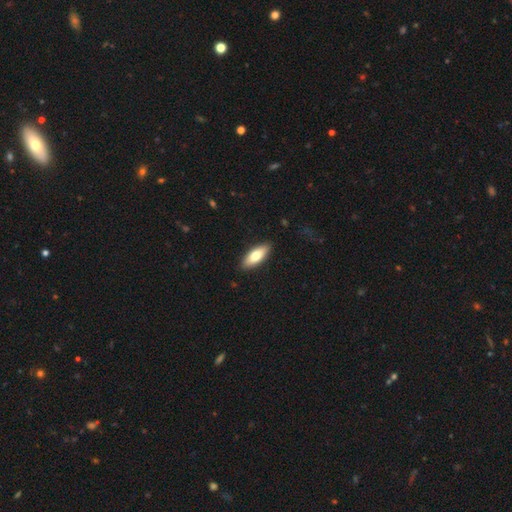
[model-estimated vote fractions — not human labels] smooth_or_featured: smooth (p=0.72) [alt: featured or disk p=0.23]
how_rounded: in between (p=0.71) [alt: cigar-shaped p=0.27]
merging: none (p=0.89) [alt: minor disturbance p=0.09]